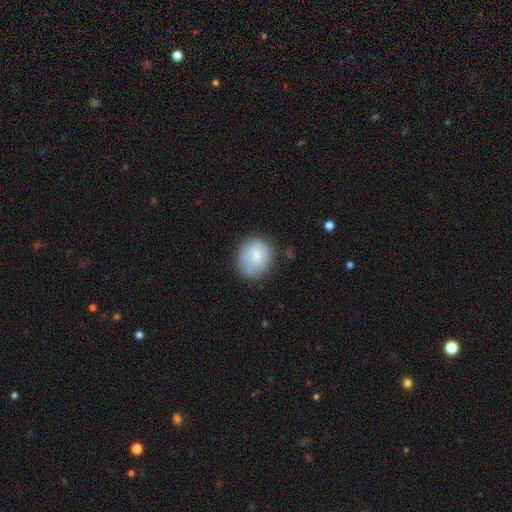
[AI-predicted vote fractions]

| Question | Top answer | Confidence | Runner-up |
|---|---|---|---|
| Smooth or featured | smooth | 75% | featured or disk (18%) |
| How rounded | round | 67% | in between (32%) |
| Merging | none | 70% | minor disturbance (22%) |